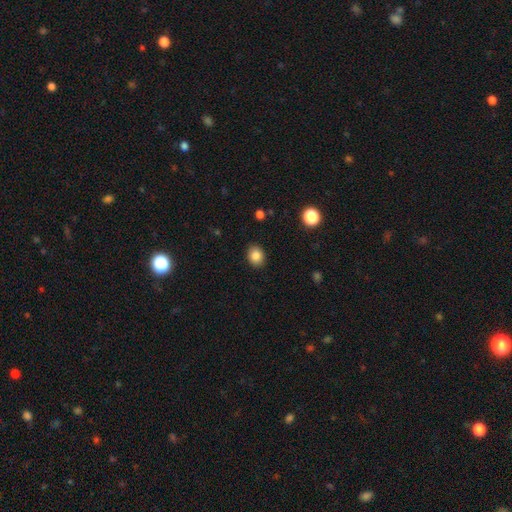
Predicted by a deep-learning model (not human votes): A smooth galaxy with no disk features (85%) that is round (55%).

Vote fractions:
- Smooth or featured? smooth: 85% / star or artifact: 10% / featured or disk: 5%
- How rounded? round: 55% / in between: 44% / cigar-shaped: 1%
- Merging? none: 89% / minor disturbance: 8% / major disturbance: 2% / merger: 1%